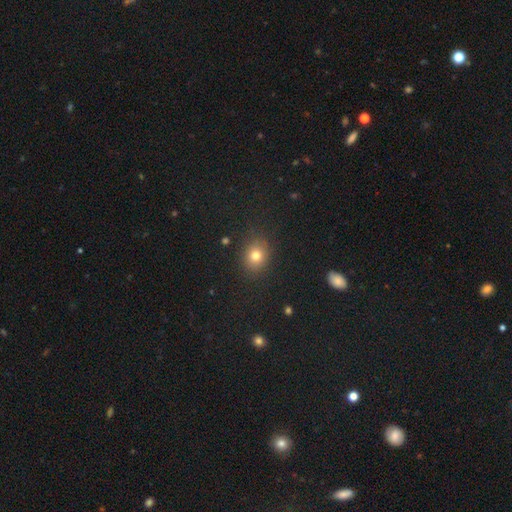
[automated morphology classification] A smooth galaxy with no disk features (76%) that is round (64%).

Vote fractions:
- Smooth or featured? smooth: 76% / star or artifact: 16% / featured or disk: 8%
- How rounded? round: 64% / in between: 35% / cigar-shaped: 1%
- Merging? none: 85% / minor disturbance: 10% / major disturbance: 3% / merger: 1%